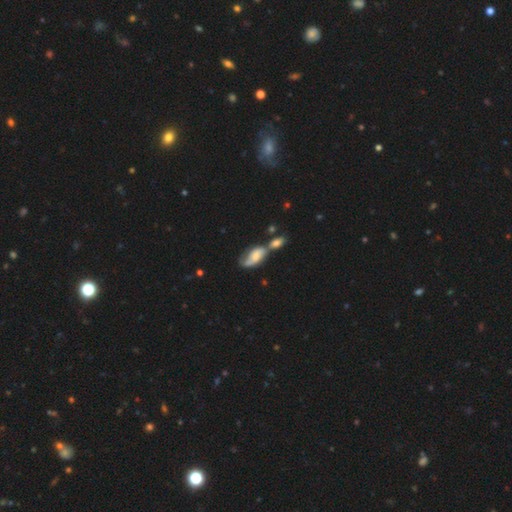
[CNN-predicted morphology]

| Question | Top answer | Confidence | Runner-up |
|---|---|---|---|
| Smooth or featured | featured or disk | 56% | smooth (37%) |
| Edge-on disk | no | 93% | yes (7%) |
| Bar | no | 55% | weak (35%) |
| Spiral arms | yes | 85% | no (15%) |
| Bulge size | moderate | 33% | small (30%) |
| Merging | merger | 52% | none (24%) |